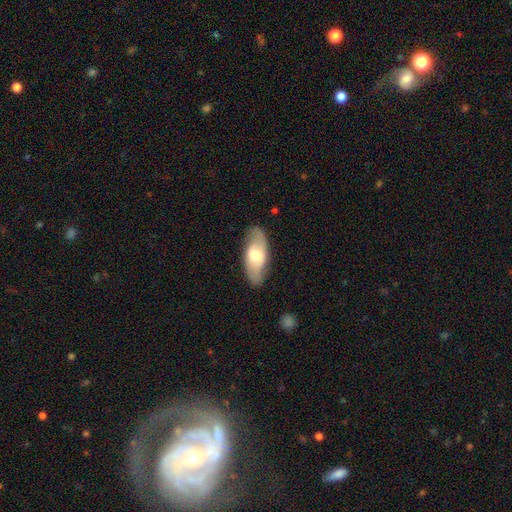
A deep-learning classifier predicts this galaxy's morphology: Q: Smooth or featured?
A: featured or disk (47%); tied with: smooth (47%)
Q: Merging?
A: none (82%); runner-up: minor disturbance (13%)